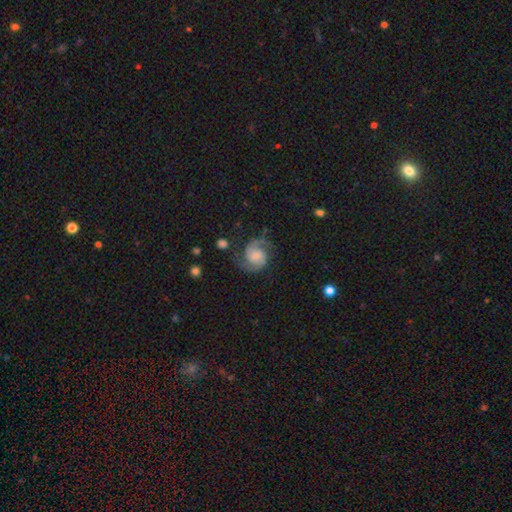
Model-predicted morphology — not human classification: featured or disk 88%, smooth 7%, star or artifact 5%. Down the decision tree: edge-on disk — no (98%); bar — no (60%); spiral arms — yes (98%); spiral arm count — 2 (93%); spiral winding — medium (56%); bulge size — small (46%); merging — none (76%).